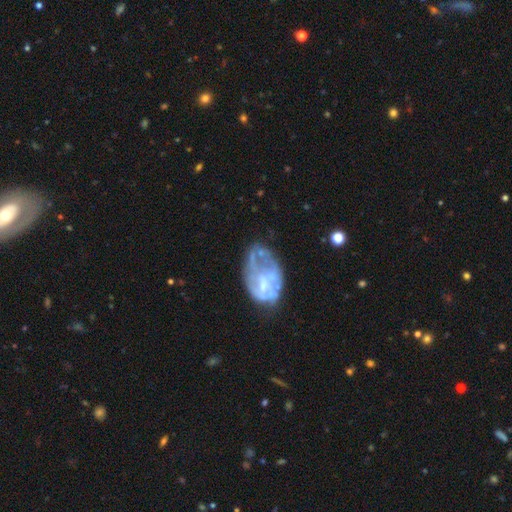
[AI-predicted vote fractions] Overall: featured or disk (66%). Edge-on disk: no (97%). Bar: no (75%). Spiral arms: no (68%; yes 32%). Bulge size: small (43%; none 28%). Merging: major disturbance (33%; none 31%).